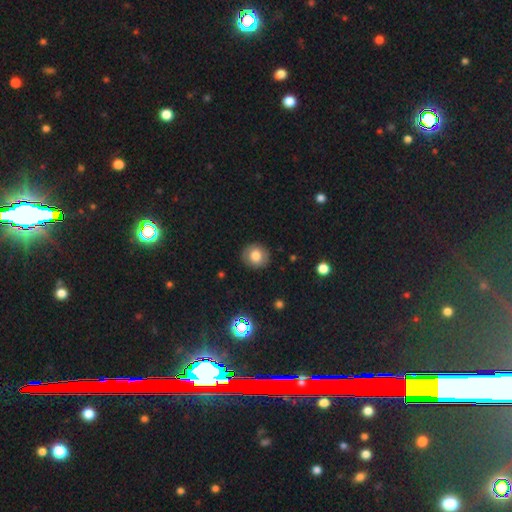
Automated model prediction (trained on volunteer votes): smooth-or-featured: smooth: 77% | featured or disk: 12% | star or artifact: 11%
  how-rounded: round: 87% | in between: 12% | cigar-shaped: 1%
  merging: none: 88% | minor disturbance: 8% | major disturbance: 2% | merger: 1%